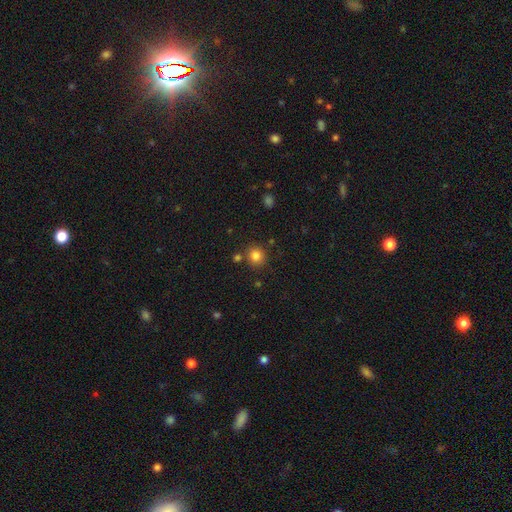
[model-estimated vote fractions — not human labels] Q: Smooth or featured?
A: smooth (82%); runner-up: star or artifact (12%)
Q: How rounded?
A: round (88%); runner-up: in between (11%)
Q: Merging?
A: none (82%); runner-up: minor disturbance (8%)